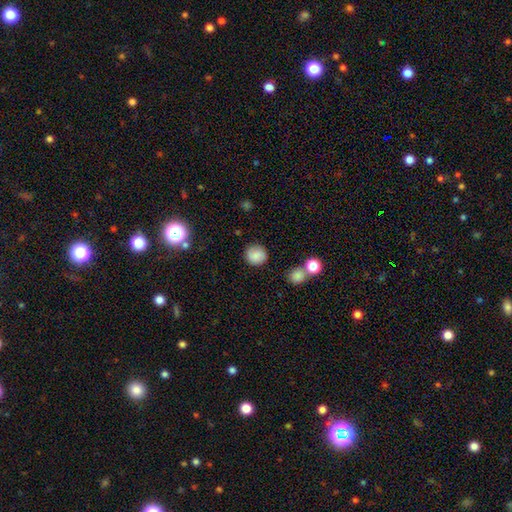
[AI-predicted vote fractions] Smooth or featured? smooth (85%)
How rounded? round (91%)
Merging? none (86%)